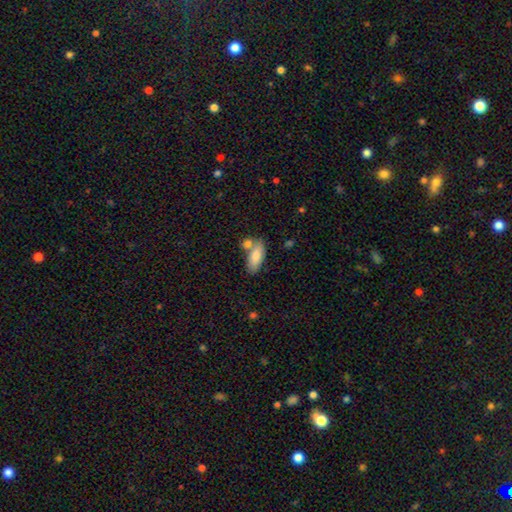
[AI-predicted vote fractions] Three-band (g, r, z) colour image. It shows a smooth galaxy with no disk features (82%) that is in between round and cigar-shaped (86%). Merging: none (53%).